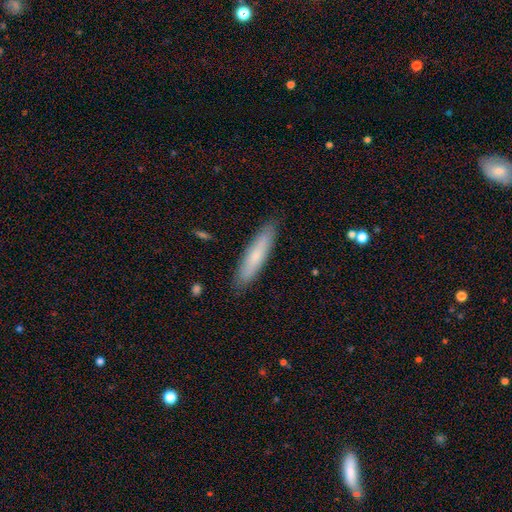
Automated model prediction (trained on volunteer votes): The model was most divided on "smooth or featured": smooth: 71%, featured or disk: 23%, star or artifact: 6%. More confident: merging — none (88%); how rounded — cigar-shaped (81%).